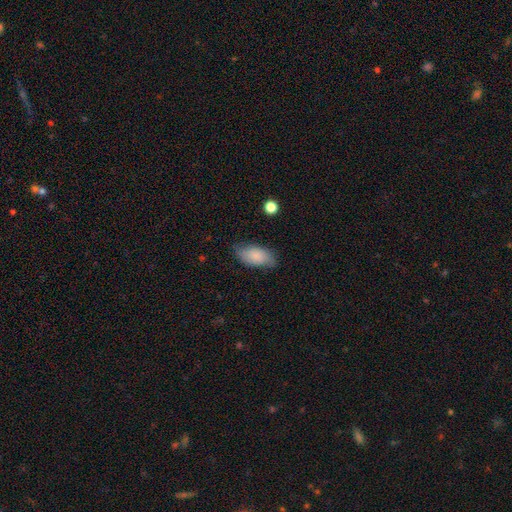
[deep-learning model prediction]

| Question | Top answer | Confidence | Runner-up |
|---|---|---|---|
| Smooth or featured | smooth | 79% | featured or disk (14%) |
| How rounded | in between | 93% | cigar-shaped (4%) |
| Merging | none | 71% | minor disturbance (23%) |